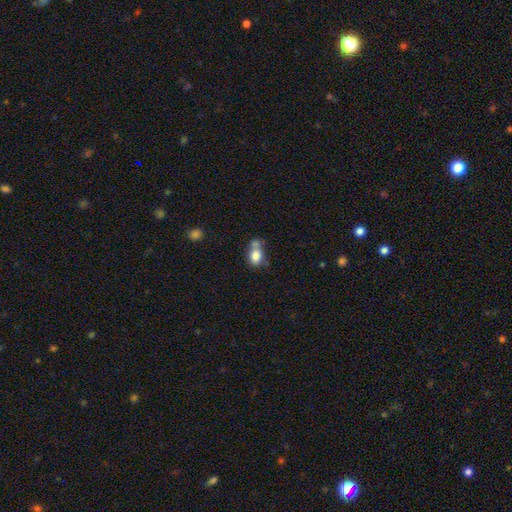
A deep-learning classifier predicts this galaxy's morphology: type=smooth (79%); roundness=in between (69%); merging=merger (37%).